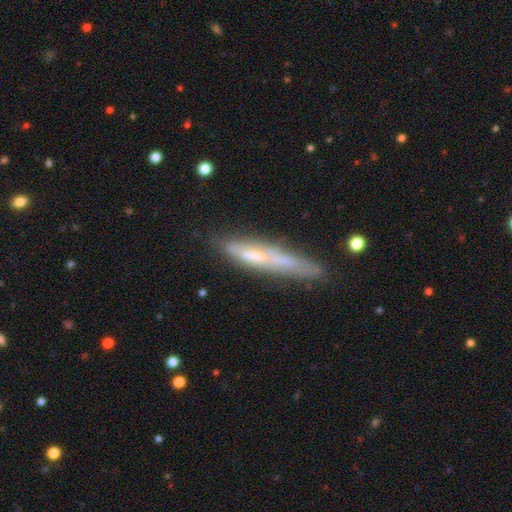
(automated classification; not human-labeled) A featured or disk galaxy (50%). Merging: none (63%).